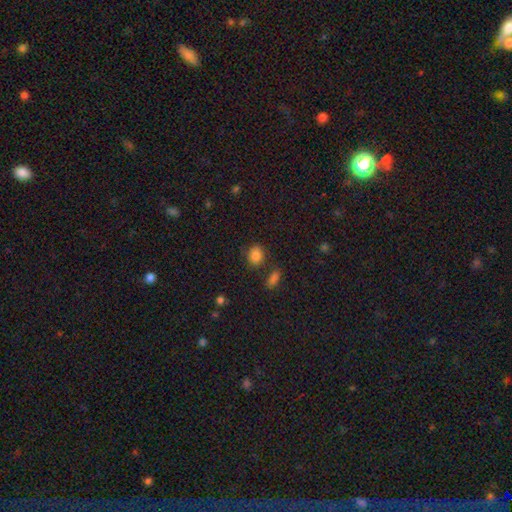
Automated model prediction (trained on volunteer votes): This appears to be a smooth galaxy with no disk features (82%) that is in between round and cigar-shaped (50%). Merging: none (74%).